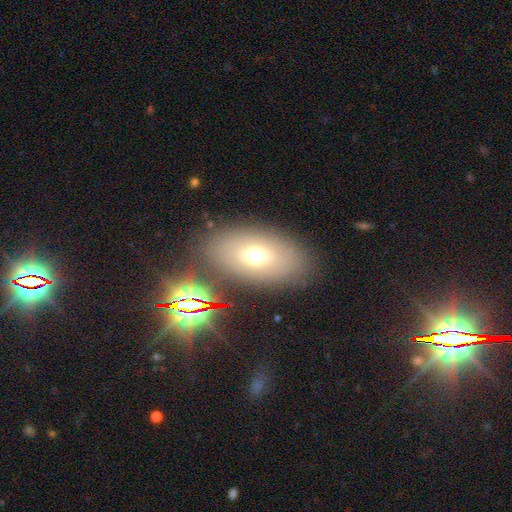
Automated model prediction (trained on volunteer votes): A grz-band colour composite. It shows a smooth galaxy with no disk features (61%) that is in between round and cigar-shaped (87%). Merging: none (80%).